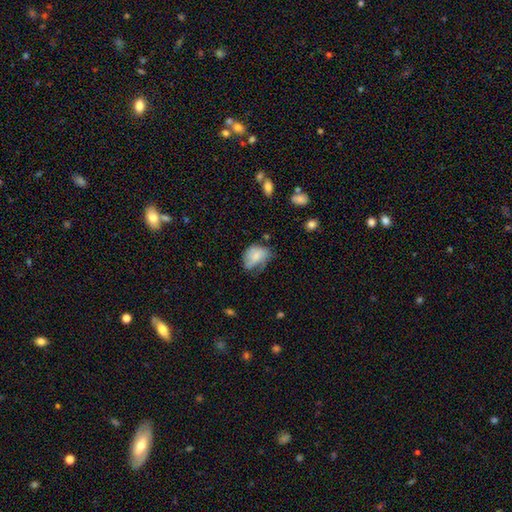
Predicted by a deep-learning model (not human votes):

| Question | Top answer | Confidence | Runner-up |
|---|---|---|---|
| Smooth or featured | smooth | 65% | featured or disk (27%) |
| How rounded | in between | 72% | round (27%) |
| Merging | minor disturbance | 36% | none (34%) |